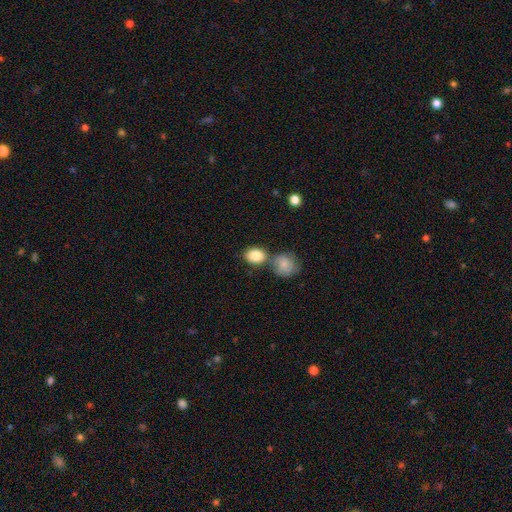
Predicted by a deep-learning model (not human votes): Overall: smooth (85%). How rounded: in between (55%; round 44%). Merging: none (53%; merger 30%).